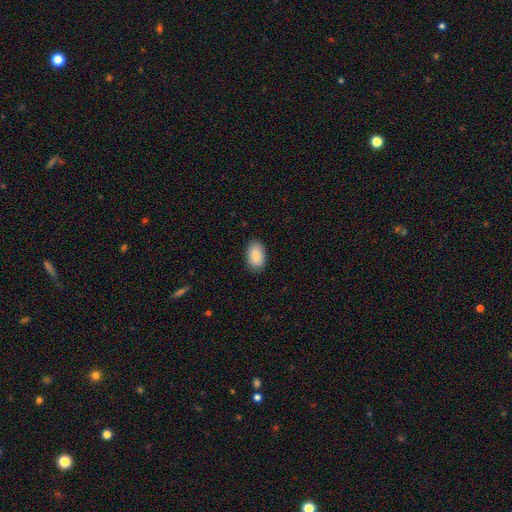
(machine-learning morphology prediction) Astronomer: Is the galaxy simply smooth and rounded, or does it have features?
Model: smooth — 88%.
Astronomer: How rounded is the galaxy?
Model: in between — 92%.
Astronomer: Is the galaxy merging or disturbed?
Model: none — 88%.